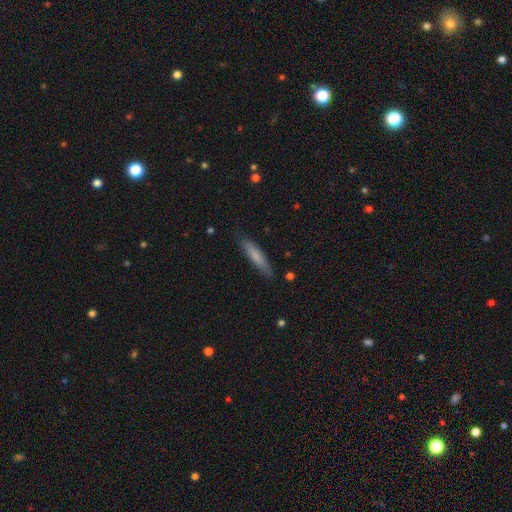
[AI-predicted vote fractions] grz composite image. It shows a smooth galaxy with no disk features (76%) that is cigar-shaped (86%). Merging: none (84%).